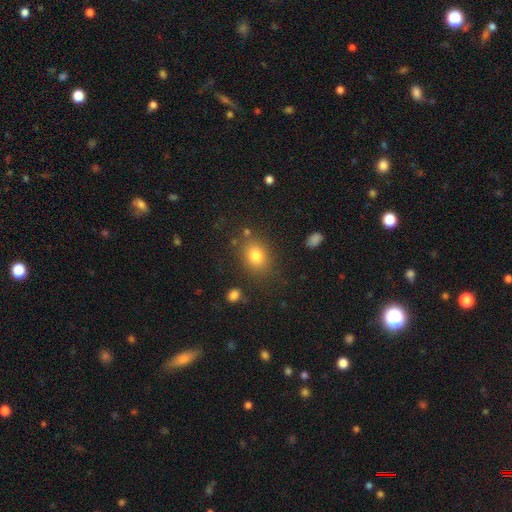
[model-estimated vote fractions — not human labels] smooth-or-featured: smooth: 80% | star or artifact: 12% | featured or disk: 8%
  how-rounded: in between: 57% | round: 42% | cigar-shaped: 1%
  merging: none: 79% | minor disturbance: 12% | major disturbance: 5% | merger: 4%